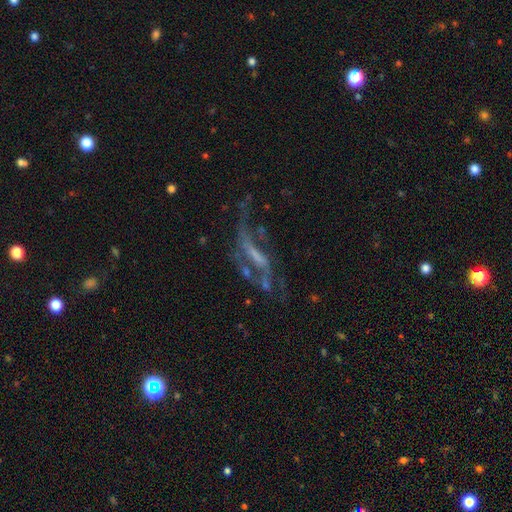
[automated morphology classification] Smooth or featured? featured or disk (75%)
Edge-on disk? no (86%)
Bar? strong (44%)
Spiral arms? yes (71%)
Bulge size? none (50%)
Merging? major disturbance (40%)